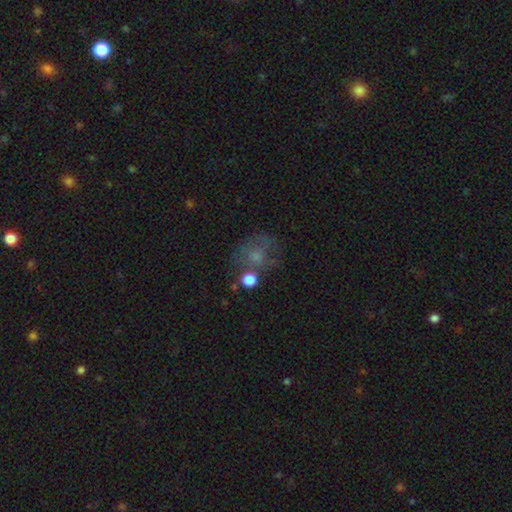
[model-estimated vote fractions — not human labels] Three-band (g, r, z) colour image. It shows a smooth galaxy with no disk features (55%) that is round (65%). Merging: none (46%).